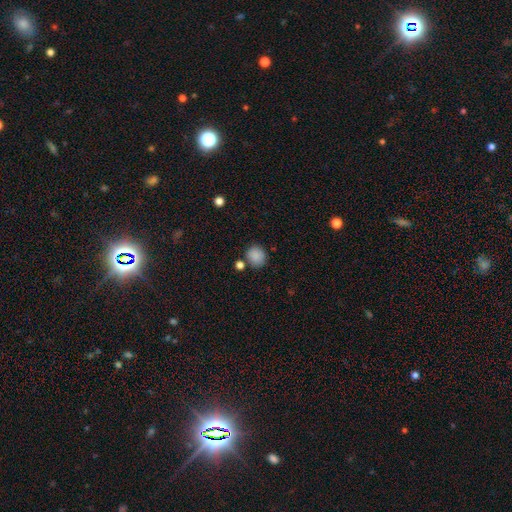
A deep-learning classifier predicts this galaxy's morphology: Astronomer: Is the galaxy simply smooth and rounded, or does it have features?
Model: smooth — 87%.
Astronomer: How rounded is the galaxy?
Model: round — 85%.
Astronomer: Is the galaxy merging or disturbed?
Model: none — 76%.